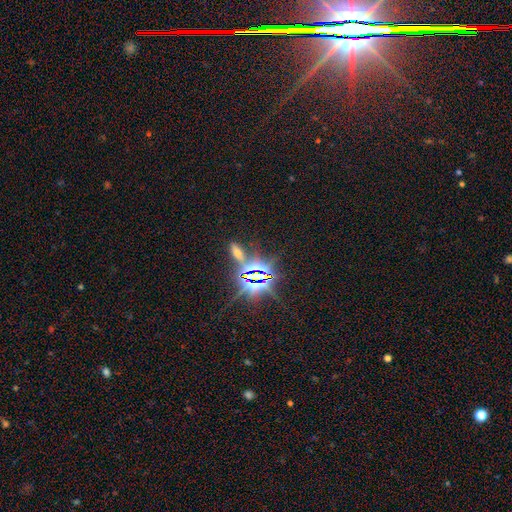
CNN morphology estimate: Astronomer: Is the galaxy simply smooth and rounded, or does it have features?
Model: star or artifact — 82%.